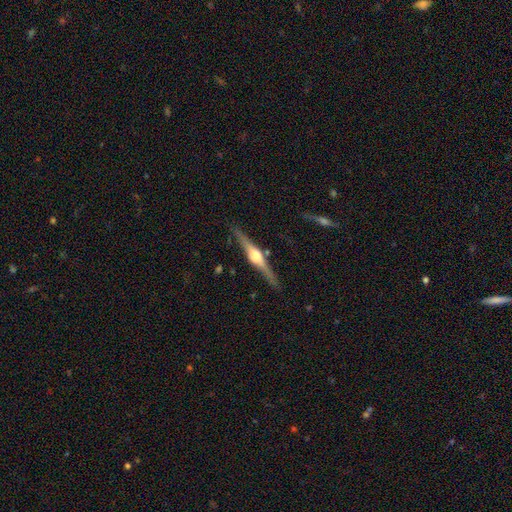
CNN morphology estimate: Smooth or featured? featured or disk (82%)
Edge-on disk? yes (98%)
Edge-on bulge? rounded (93%)
Merging? none (87%)